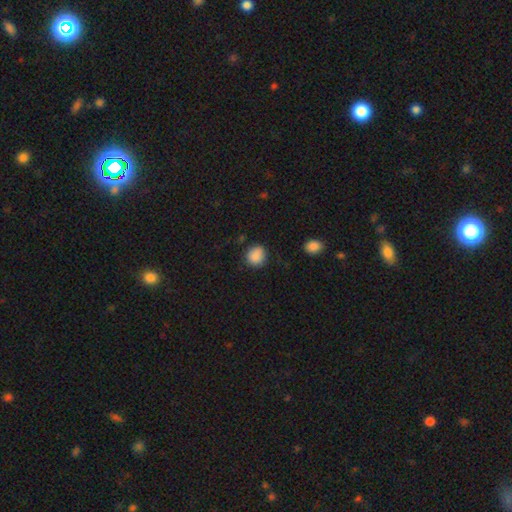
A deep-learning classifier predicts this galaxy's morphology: smooth_or_featured: smooth (p=0.88) [alt: star or artifact p=0.09]
how_rounded: round (p=0.83) [alt: in between p=0.16]
merging: none (p=0.83) [alt: minor disturbance p=0.12]